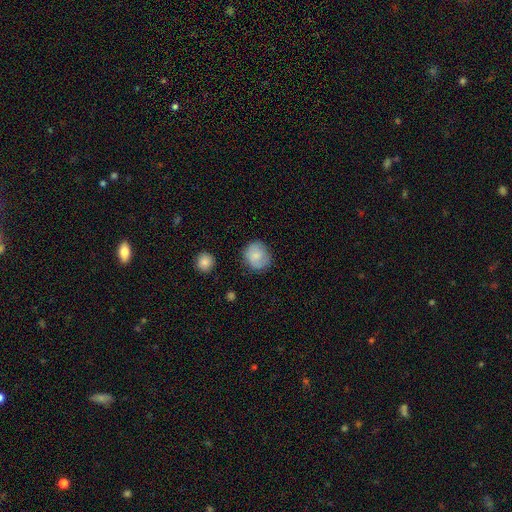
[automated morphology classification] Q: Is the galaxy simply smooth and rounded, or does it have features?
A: smooth — 79%.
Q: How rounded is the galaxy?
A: round — 79%.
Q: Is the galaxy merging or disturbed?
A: none — 78%.